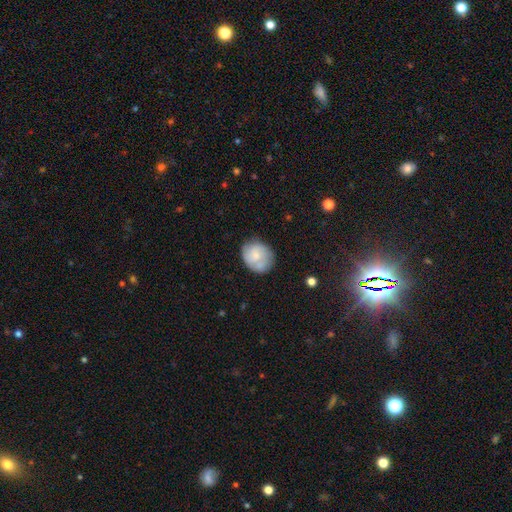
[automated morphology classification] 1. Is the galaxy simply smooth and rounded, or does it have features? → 62% smooth, 31% featured or disk, 7% star or artifact.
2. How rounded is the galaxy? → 62% round, 37% in between, 1% cigar-shaped.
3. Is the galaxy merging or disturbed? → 65% none, 24% minor disturbance, 7% major disturbance, 4% merger.